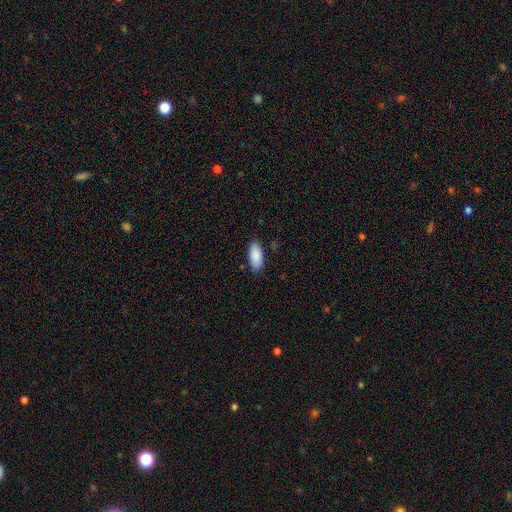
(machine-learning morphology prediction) Smooth or featured?
  - smooth: 90% *
  - star or artifact: 6%
  - featured or disk: 4%
How rounded?
  - in between: 88% *
  - cigar-shaped: 10%
  - round: 2%
Merging?
  - none: 86% *
  - minor disturbance: 10%
  - major disturbance: 2%
  - merger: 1%